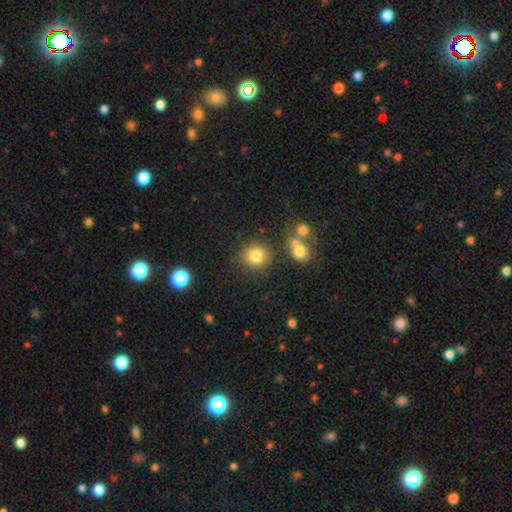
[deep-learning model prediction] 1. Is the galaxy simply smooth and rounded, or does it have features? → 82% smooth, 11% star or artifact, 7% featured or disk.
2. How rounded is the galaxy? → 87% round, 12% in between, 1% cigar-shaped.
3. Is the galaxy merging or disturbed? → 78% none, 11% minor disturbance, 7% merger, 4% major disturbance.